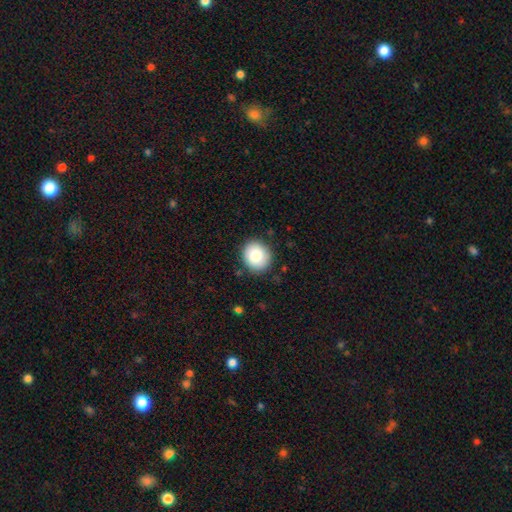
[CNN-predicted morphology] A smooth galaxy with no disk features (84%) that is round (77%).

Vote fractions:
- Smooth or featured? smooth: 84% / featured or disk: 8% / star or artifact: 8%
- How rounded? round: 77% / in between: 22% / cigar-shaped: 1%
- Merging? none: 88% / minor disturbance: 9% / major disturbance: 2% / merger: 1%